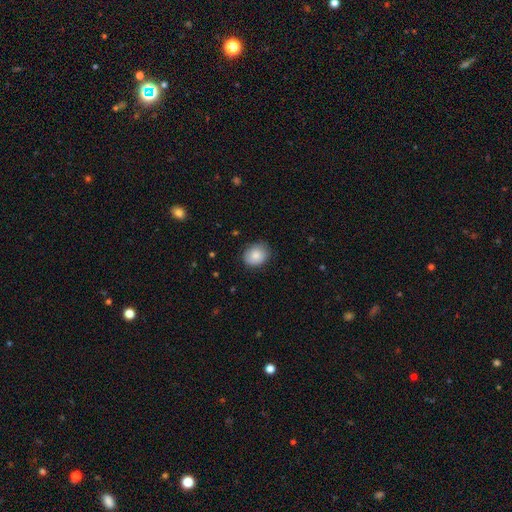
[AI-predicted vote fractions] smooth_or_featured: smooth (p=0.83) [alt: featured or disk p=0.09]
how_rounded: round (p=0.55) [alt: in between p=0.44]
merging: none (p=0.82) [alt: minor disturbance p=0.14]